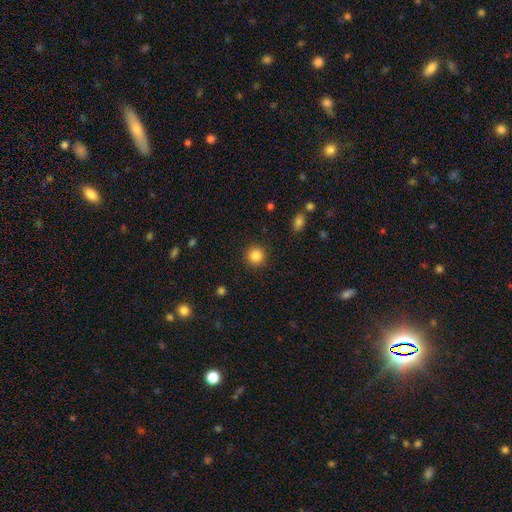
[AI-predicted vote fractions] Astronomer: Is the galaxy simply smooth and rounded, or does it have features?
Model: smooth — 86%.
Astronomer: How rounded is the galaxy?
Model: round — 94%.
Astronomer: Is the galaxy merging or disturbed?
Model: none — 91%.